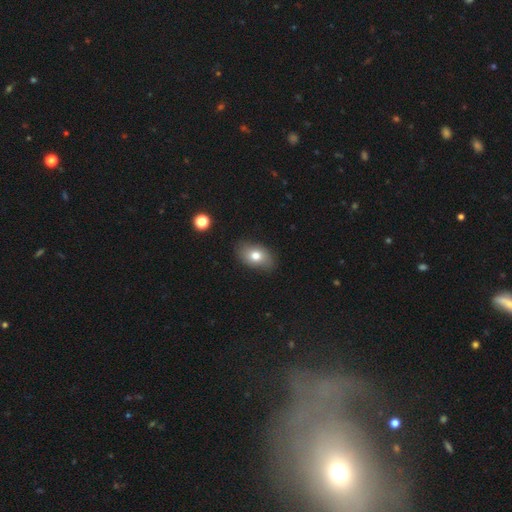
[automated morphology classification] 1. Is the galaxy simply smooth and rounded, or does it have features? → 76% smooth, 15% featured or disk, 9% star or artifact.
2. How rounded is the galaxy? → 87% in between, 12% round, 2% cigar-shaped.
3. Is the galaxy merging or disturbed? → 83% none, 13% minor disturbance, 3% major disturbance, 1% merger.